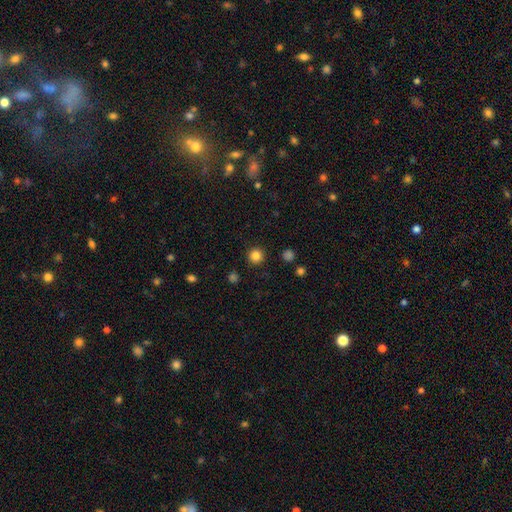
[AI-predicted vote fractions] This appears to be a smooth galaxy with no disk features (84%) that is round (95%). Merging: none (92%).